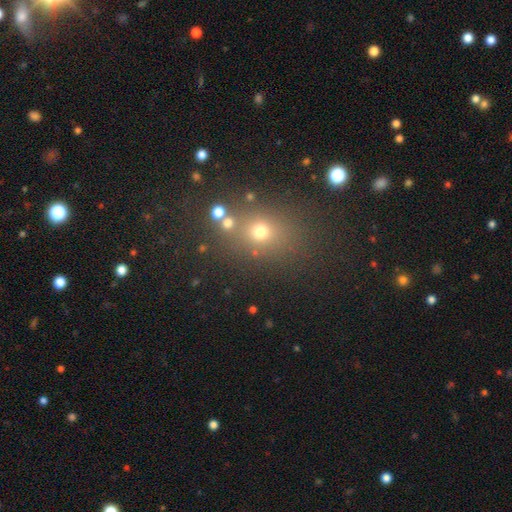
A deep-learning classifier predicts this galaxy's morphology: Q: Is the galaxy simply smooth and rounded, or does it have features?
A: smooth — 55%.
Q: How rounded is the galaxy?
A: round — 61%.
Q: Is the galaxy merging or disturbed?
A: none — 72%.